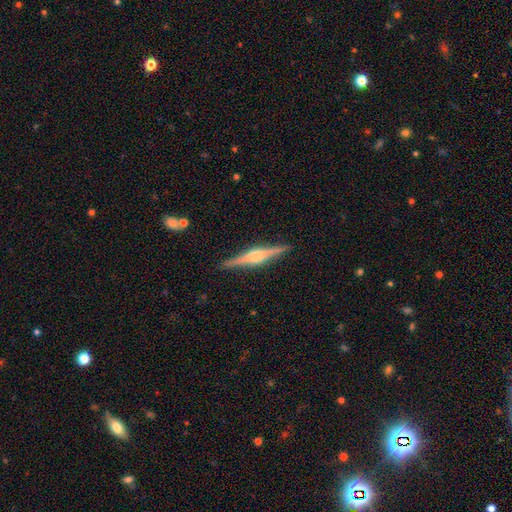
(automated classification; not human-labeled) Morphology: type=featured or disk (79%); edge-on=yes (98%); edge-on bulge=rounded (81%); merging=none (91%).